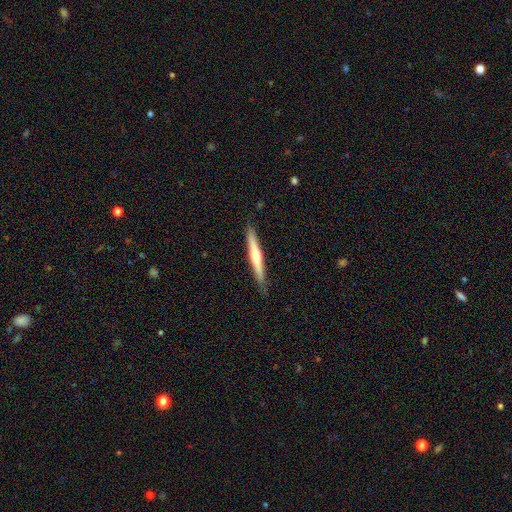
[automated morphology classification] Smooth or featured? Predicted: featured or disk (p=0.55). Edge-on disk? Predicted: yes (p=0.96). Edge-on bulge? Predicted: rounded (p=0.78). Merging? Predicted: none (p=0.86).